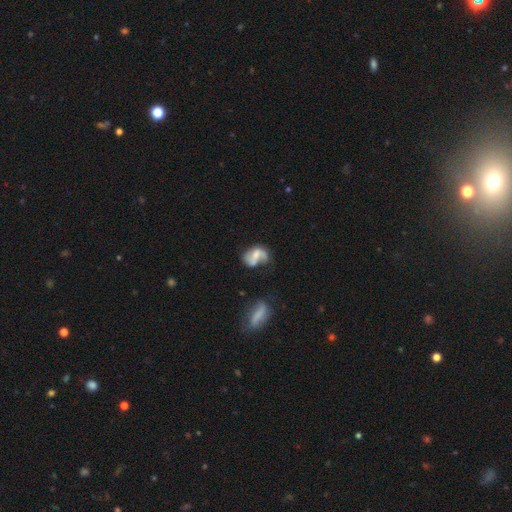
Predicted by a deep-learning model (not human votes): Morphology: type=featured or disk (67%); edge-on=no (97%); bar=no (43%); spiral arms=yes (83%); winding=loose (55%); arm count=2 (71%); bulge=moderate (35%); merging=none (43%).